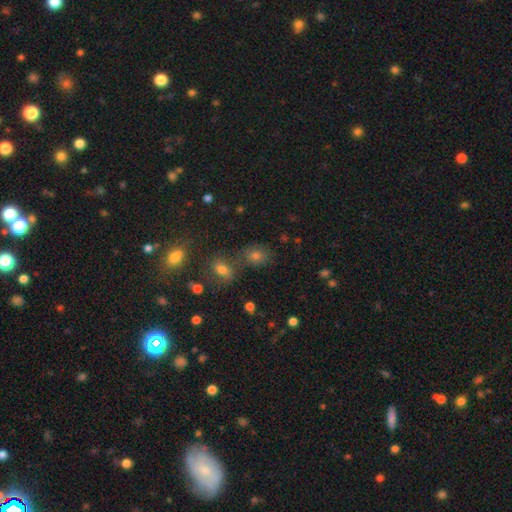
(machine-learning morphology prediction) Smooth or featured?
  - smooth: 68% *
  - star or artifact: 22%
  - featured or disk: 10%
How rounded?
  - in between: 51% *
  - round: 48%
  - cigar-shaped: 2%
Merging?
  - none: 63% *
  - merger: 20%
  - minor disturbance: 12%
  - major disturbance: 5%